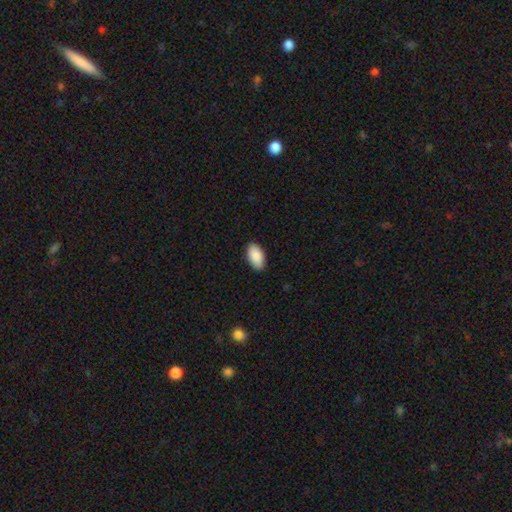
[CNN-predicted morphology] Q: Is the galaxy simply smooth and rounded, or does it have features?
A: smooth — 89%.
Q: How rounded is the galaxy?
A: in between — 95%.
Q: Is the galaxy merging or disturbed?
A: none — 88%.